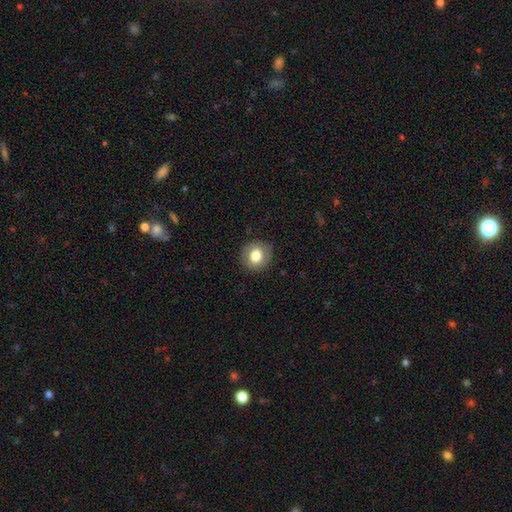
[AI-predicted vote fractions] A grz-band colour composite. It shows a smooth galaxy with no disk features (75%) that is round (83%). Merging: none (87%).